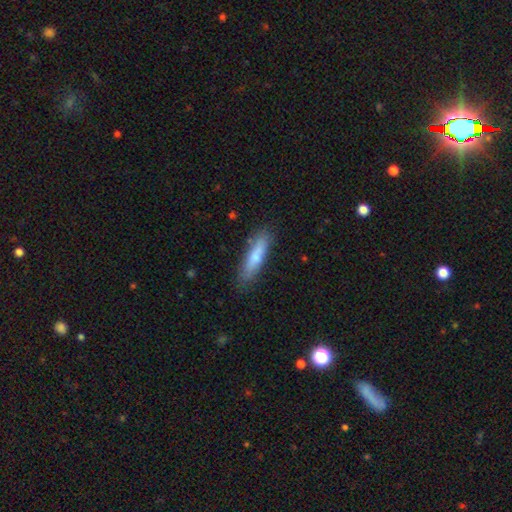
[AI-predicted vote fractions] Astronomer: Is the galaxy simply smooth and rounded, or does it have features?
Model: smooth — 76%.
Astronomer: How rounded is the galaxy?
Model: cigar-shaped — 75%.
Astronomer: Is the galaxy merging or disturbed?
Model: none — 80%.